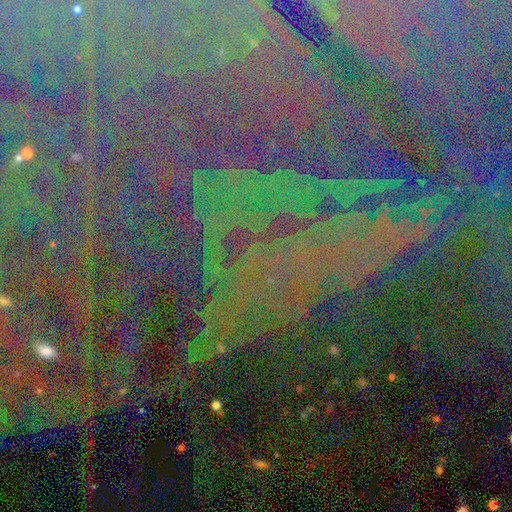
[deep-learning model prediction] Smooth or featured?
  - star or artifact: 87% *
  - featured or disk: 7%
  - smooth: 6%